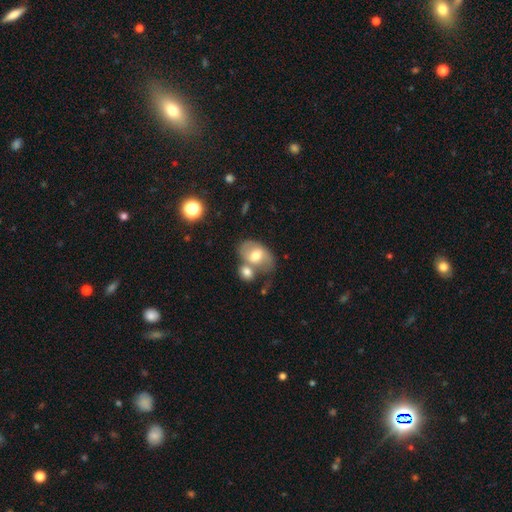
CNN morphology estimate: smooth-or-featured: smooth: 56% | featured or disk: 36% | star or artifact: 8%
  how-rounded: in between: 82% | round: 17% | cigar-shaped: 1%
  merging: merger: 40% | none: 37% | minor disturbance: 16% | major disturbance: 8%